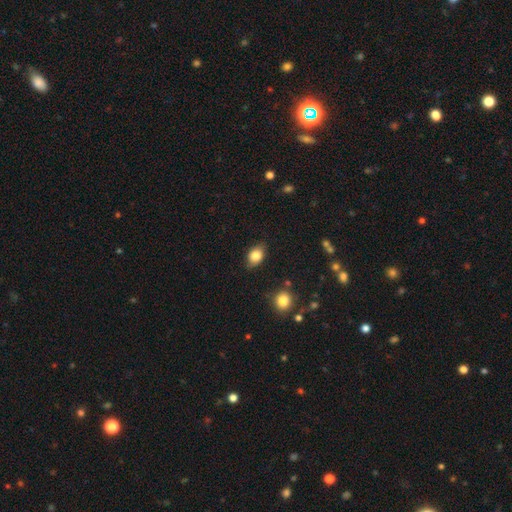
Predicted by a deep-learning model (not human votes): smooth-or-featured: smooth: 83% | star or artifact: 8% | featured or disk: 8%
  how-rounded: in between: 75% | round: 23% | cigar-shaped: 2%
  merging: none: 80% | minor disturbance: 16% | major disturbance: 3% | merger: 2%